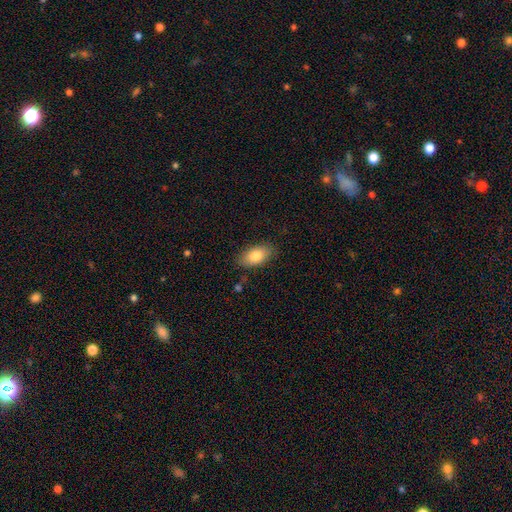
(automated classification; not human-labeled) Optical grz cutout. It shows a smooth galaxy with no disk features (82%) that is in between round and cigar-shaped (92%). Merging: none (84%).